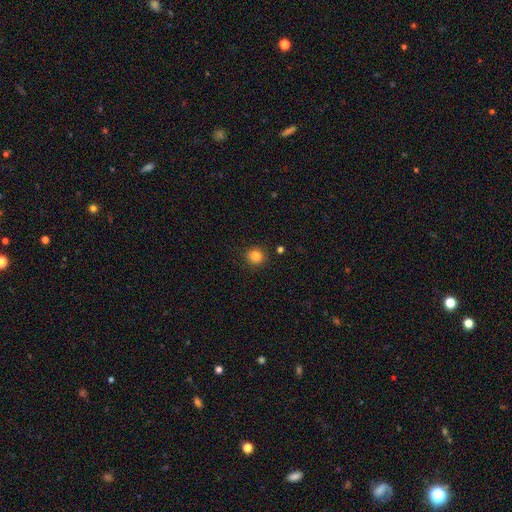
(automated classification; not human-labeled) A smooth galaxy with no disk features (83%) that is round (88%). Merging: none (89%).